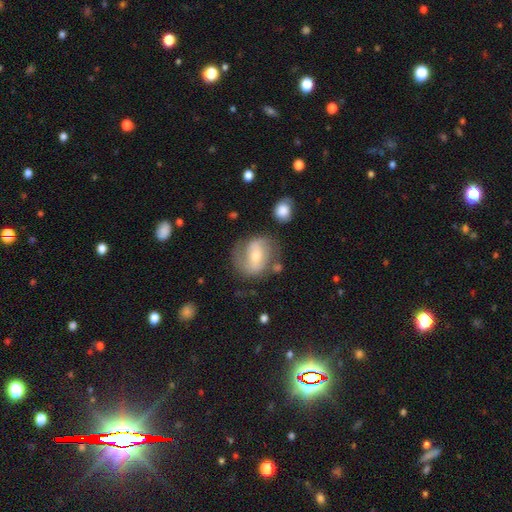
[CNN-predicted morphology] smooth_or_featured: featured or disk (p=0.61) [alt: smooth p=0.32]
disk_edge_on: no (p=0.96) [alt: yes p=0.04]
bar: weak (p=0.38) [alt: strong p=0.32]
has_spiral_arms: yes (p=0.72) [alt: no p=0.28]
bulge_size: moderate (p=0.57) [alt: small p=0.36]
merging: none (p=0.60) [alt: minor disturbance p=0.21]